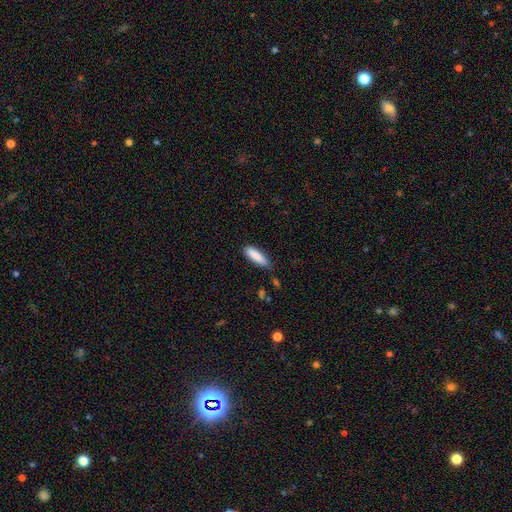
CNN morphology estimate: Overall: smooth (87%). How rounded: cigar-shaped (53%; in between 45%). Merging: none (72%).